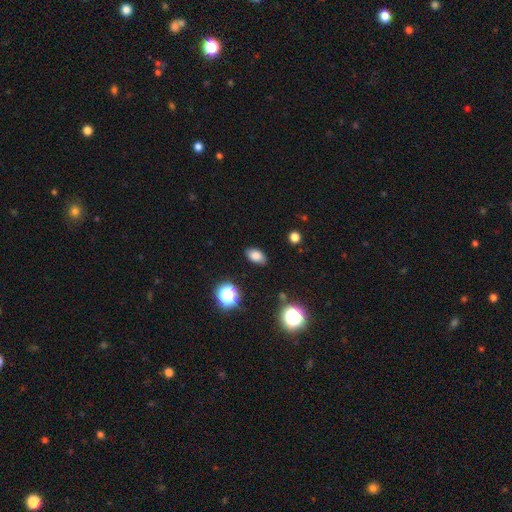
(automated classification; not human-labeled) smooth-or-featured: smooth: 81% | star or artifact: 12% | featured or disk: 7%
  how-rounded: in between: 89% | round: 9% | cigar-shaped: 2%
  merging: none: 85% | minor disturbance: 11% | major disturbance: 3% | merger: 1%